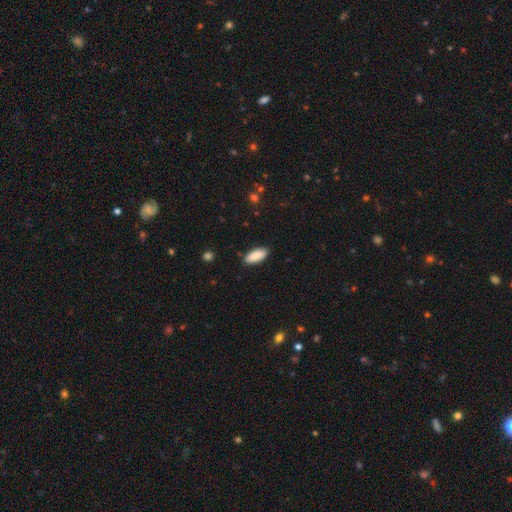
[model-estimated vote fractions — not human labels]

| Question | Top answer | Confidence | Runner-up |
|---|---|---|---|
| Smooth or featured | smooth | 88% | star or artifact (6%) |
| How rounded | in between | 83% | cigar-shaped (15%) |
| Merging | none | 88% | minor disturbance (9%) |